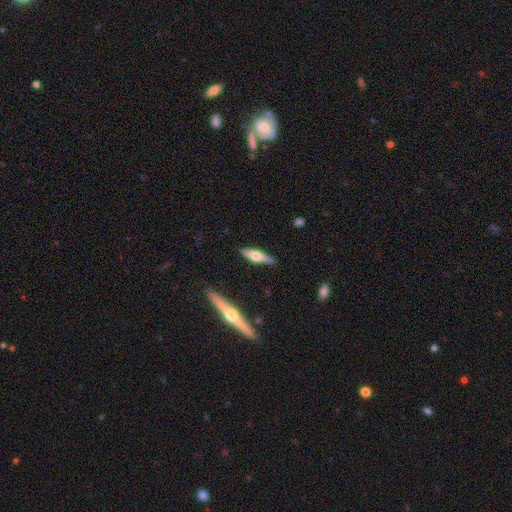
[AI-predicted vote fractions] Smooth or featured: featured or disk — 55% (smooth — 39%)
Edge-on disk: yes — 95% (no — 5%)
Edge-on bulge: rounded — 90% (boxy — 7%)
Merging: none — 87% (minor disturbance — 9%)